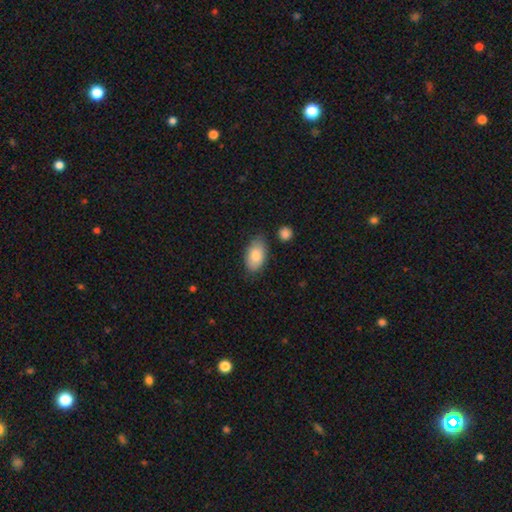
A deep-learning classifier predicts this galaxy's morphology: smooth 84%, featured or disk 10%, star or artifact 6%. Down the decision tree: how rounded — in between (93%); merging — none (75%).